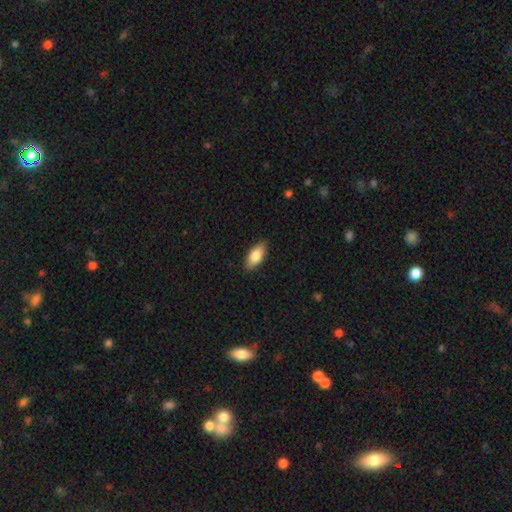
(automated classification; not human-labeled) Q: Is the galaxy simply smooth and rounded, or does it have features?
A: smooth — 80%.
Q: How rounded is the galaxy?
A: in between — 86%.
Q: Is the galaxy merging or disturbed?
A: none — 87%.